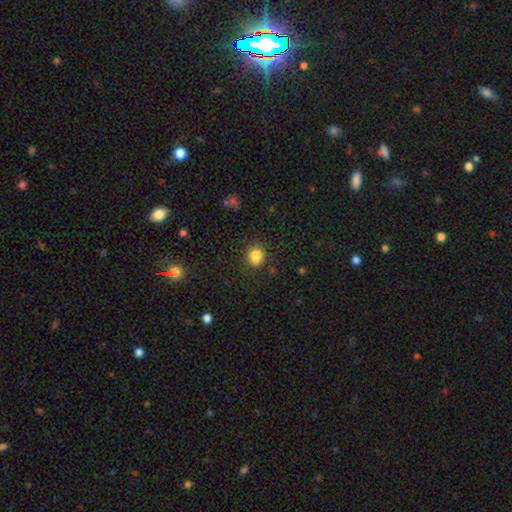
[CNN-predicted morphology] This appears to be a smooth galaxy with no disk features (83%) that is round (62%). Merging: none (81%).